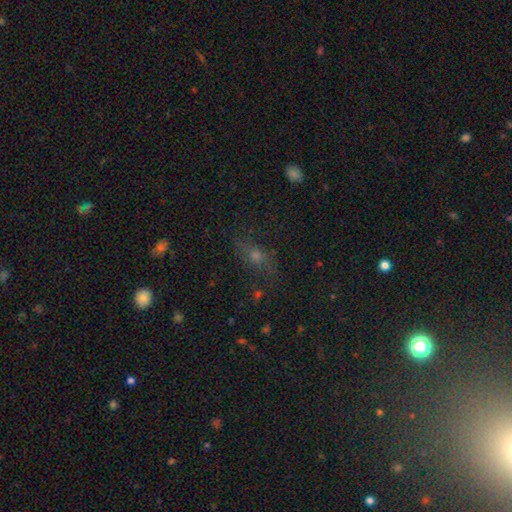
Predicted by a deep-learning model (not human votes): Overall: star or artifact (36%; smooth 35%).